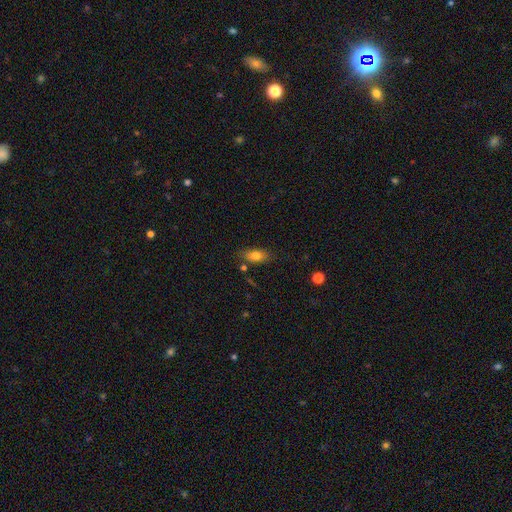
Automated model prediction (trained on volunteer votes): smooth 77%, featured or disk 14%, star or artifact 9%. Down the decision tree: how rounded — in between (84%); merging — none (77%).